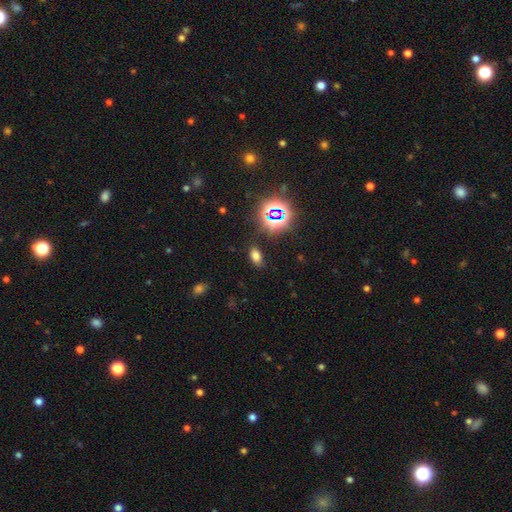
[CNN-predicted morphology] Smooth or featured? smooth (67%)
How rounded? in between (87%)
Merging? none (84%)